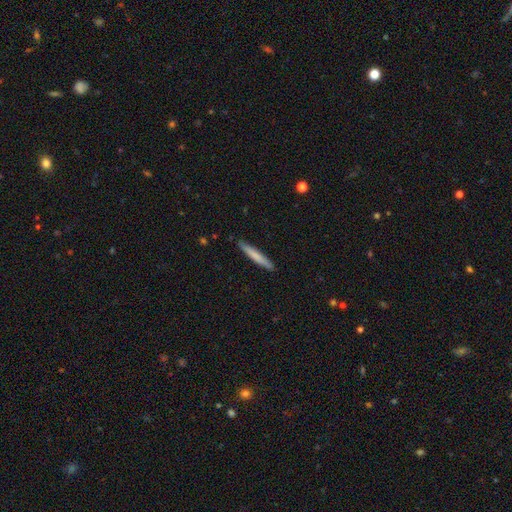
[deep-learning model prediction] Smooth or featured?
  - smooth: 73% *
  - featured or disk: 22%
  - star or artifact: 5%
How rounded?
  - cigar-shaped: 96% *
  - in between: 3%
  - round: 1%
Merging?
  - none: 90% *
  - minor disturbance: 8%
  - major disturbance: 1%
  - merger: 1%